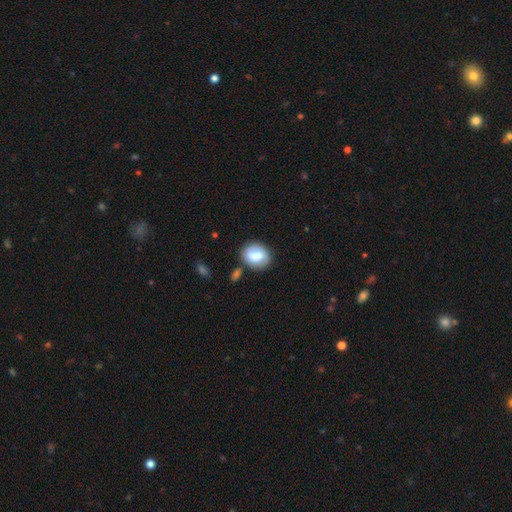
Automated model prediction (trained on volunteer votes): This is likely a smooth galaxy (72%). How rounded: possibly in between (53%). Merging: likely none (66%).